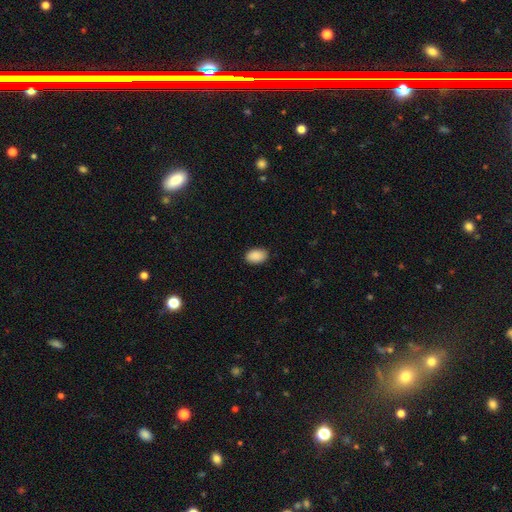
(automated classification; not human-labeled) Smooth or featured? Predicted: smooth (p=0.90). How rounded? Predicted: in between (p=0.91). Merging? Predicted: none (p=0.87).